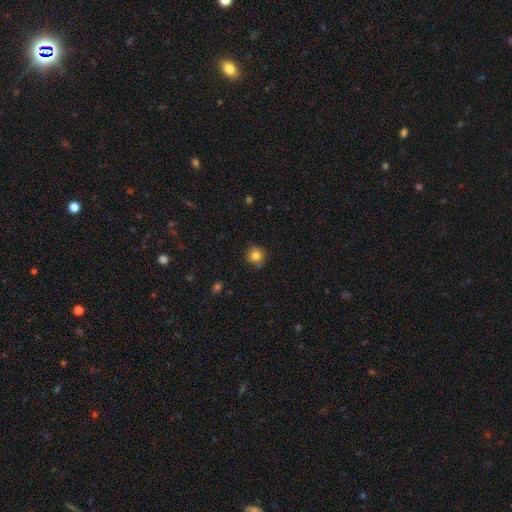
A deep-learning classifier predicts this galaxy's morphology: The model was most divided on "merging": none: 81%, minor disturbance: 13%, merger: 3%, major disturbance: 3%. More confident: how rounded — round (91%); smooth or featured — smooth (81%).